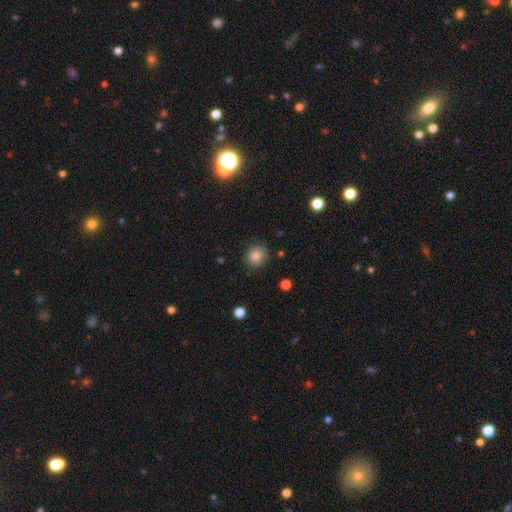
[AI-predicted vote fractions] Smooth or featured? smooth (84%)
How rounded? round (78%)
Merging? none (85%)